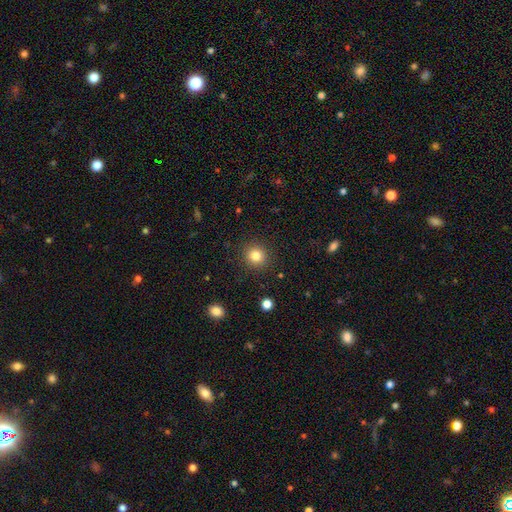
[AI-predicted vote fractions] This is clearly a smooth galaxy (81%). How rounded: clearly round (91%). Merging: clearly none (90%).